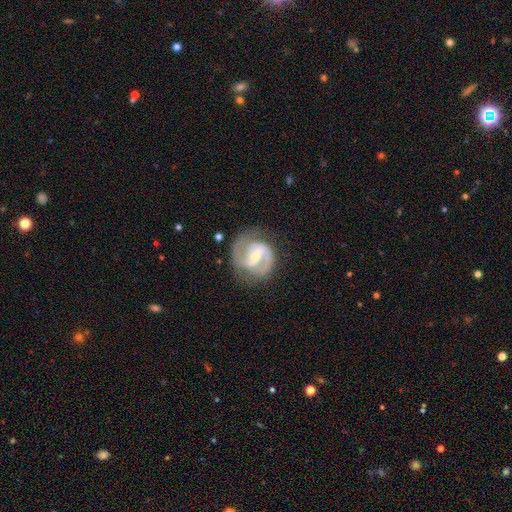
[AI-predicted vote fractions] Smooth or featured?
  - featured or disk: 88% *
  - smooth: 7%
  - star or artifact: 5%
Edge-on disk?
  - no: 98% *
  - yes: 2%
Bar?
  - weak: 45% *
  - strong: 38%
  - no: 17%
Spiral arms?
  - yes: 96% *
  - no: 4%
Spiral winding?
  - medium: 57% *
  - tight: 27%
  - loose: 16%
Spiral arm count?
  - 2: 89% *
  - can't tell: 4%
  - 1: 3%
  - 3: 2%
  - 4: 1%
  - more than 4: 1%
Bulge size?
  - small: 59% *
  - moderate: 36%
  - none: 2%
  - large: 2%
  - dominant: 1%
Merging?
  - none: 72% *
  - minor disturbance: 17%
  - major disturbance: 9%
  - merger: 2%